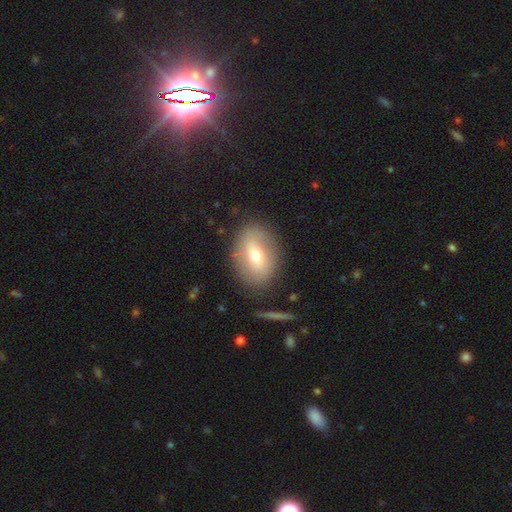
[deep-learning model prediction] The model was most divided on "smooth or featured": smooth: 58%, featured or disk: 33%, star or artifact: 9%. More confident: merging — none (81%); how rounded — in between (75%).